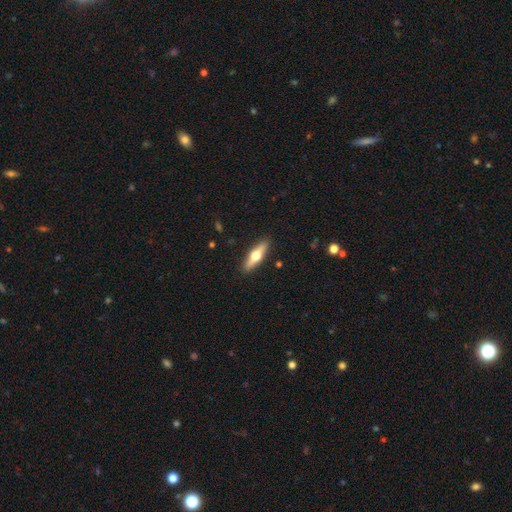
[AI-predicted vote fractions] Smooth or featured? Predicted: featured or disk (p=0.48). Merging? Predicted: none (p=0.90).